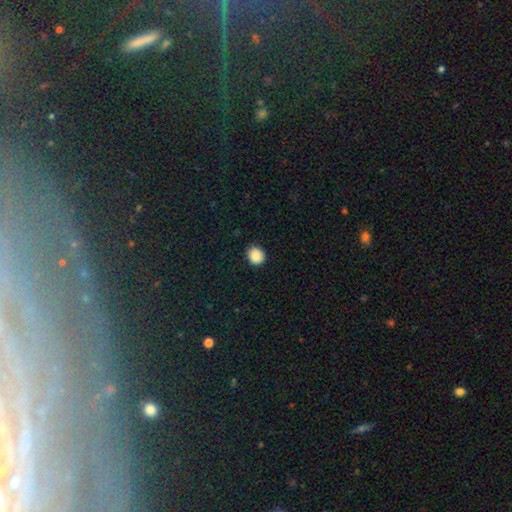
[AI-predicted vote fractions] Smooth or featured? Predicted: smooth (p=0.89). How rounded? Predicted: round (p=0.82). Merging? Predicted: none (p=0.89).